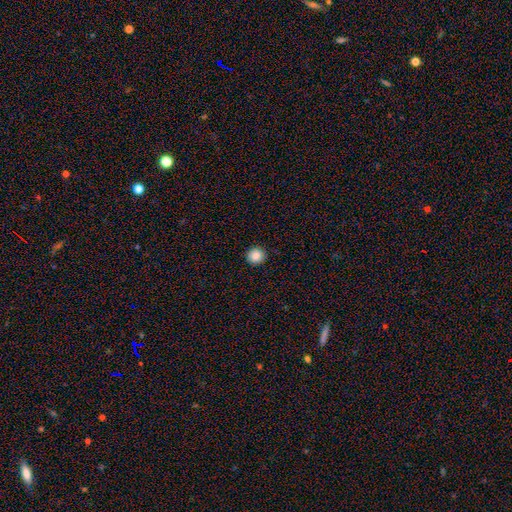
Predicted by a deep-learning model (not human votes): This is clearly a smooth galaxy (87%). How rounded: clearly round (92%). Merging: clearly none (92%).